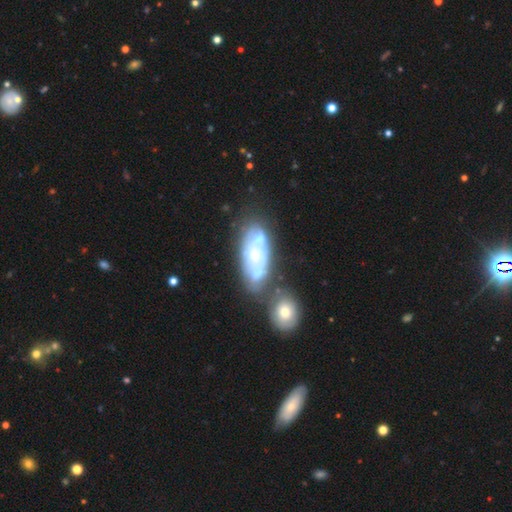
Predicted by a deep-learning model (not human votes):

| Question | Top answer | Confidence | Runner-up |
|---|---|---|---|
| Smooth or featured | featured or disk | 65% | smooth (27%) |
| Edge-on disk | no | 92% | yes (8%) |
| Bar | no | 83% | weak (13%) |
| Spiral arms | no | 50% | tied: yes (50%) |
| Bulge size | small | 53% | moderate (37%) |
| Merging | none | 39% | merger (33%) |